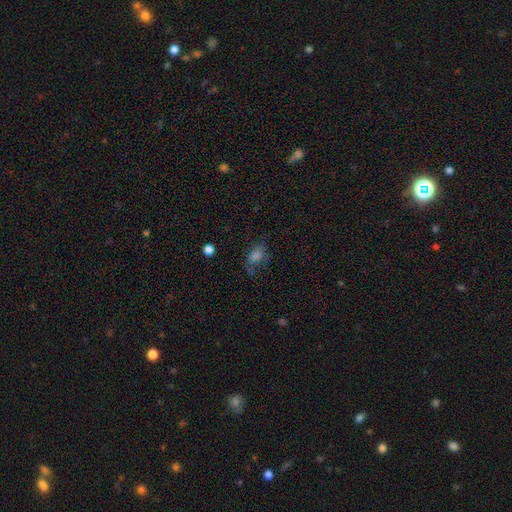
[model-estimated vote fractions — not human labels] smooth_or_featured: smooth (p=0.58) [alt: star or artifact p=0.22]
how_rounded: in between (p=0.78) [alt: round p=0.18]
merging: none (p=0.56) [alt: minor disturbance p=0.24]